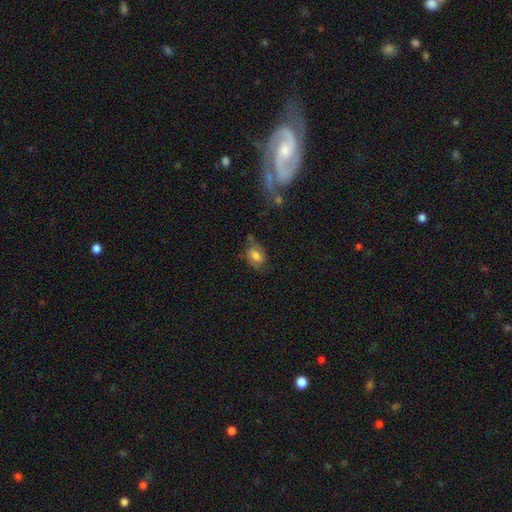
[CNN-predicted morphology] Smooth or featured? Predicted: smooth (p=0.70). How rounded? Predicted: in between (p=0.71). Merging? Predicted: none (p=0.61).